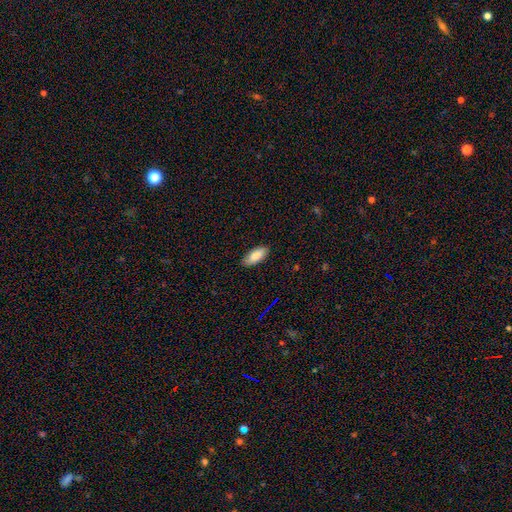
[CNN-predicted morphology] Smooth or featured? smooth (85%)
How rounded? in between (85%)
Merging? none (86%)